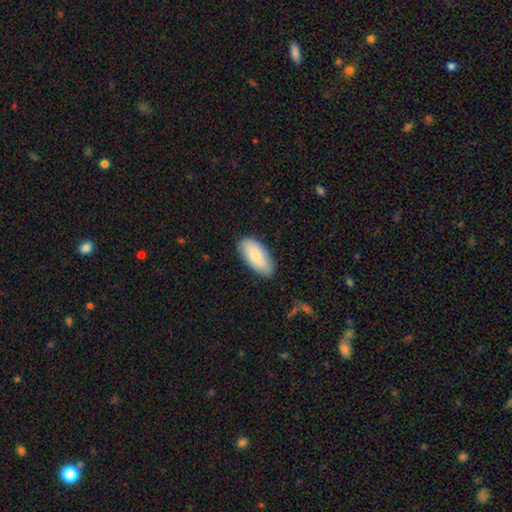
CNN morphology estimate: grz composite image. It shows a smooth galaxy with no disk features (82%) that is in between round and cigar-shaped (92%). Merging: none (85%).